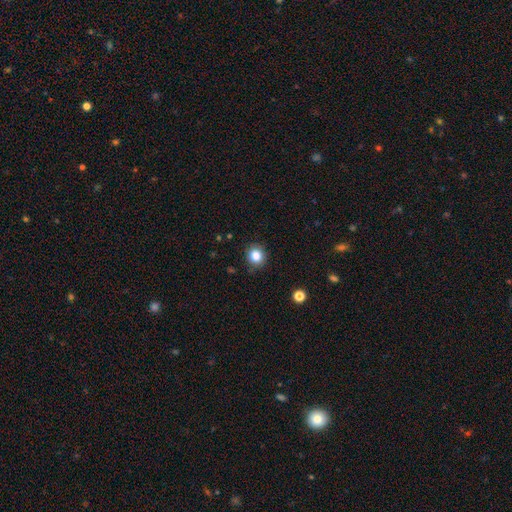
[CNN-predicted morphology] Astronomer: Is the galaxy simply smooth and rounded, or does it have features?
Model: smooth — 84%.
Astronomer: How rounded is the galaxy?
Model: round — 84%.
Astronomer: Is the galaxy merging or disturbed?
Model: none — 87%.